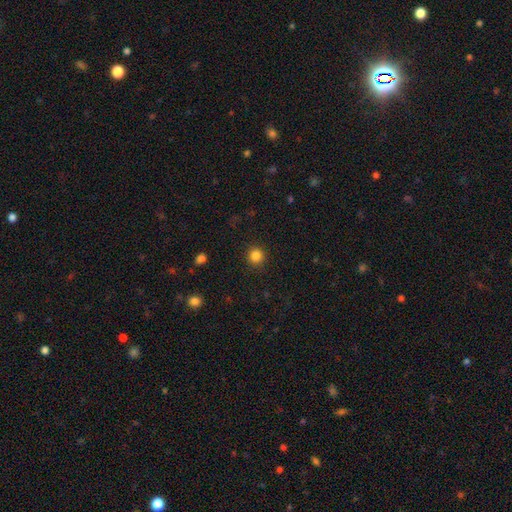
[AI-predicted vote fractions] The model was most divided on "smooth or featured": smooth: 85%, star or artifact: 12%, featured or disk: 4%. More confident: how rounded — round (94%); merging — none (91%).